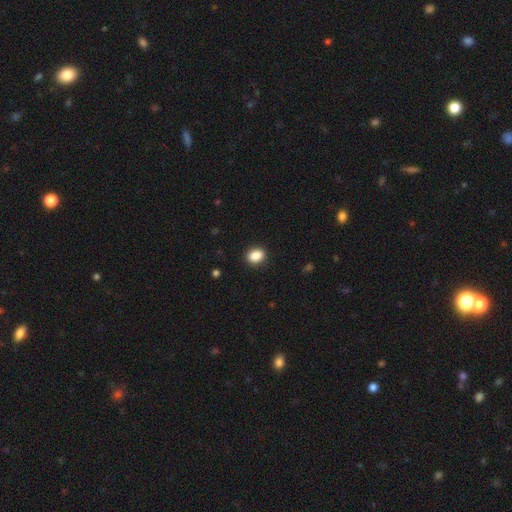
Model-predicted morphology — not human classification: This appears to be a smooth galaxy with no disk features (88%) that is in between round and cigar-shaped (65%). Merging: none (90%).